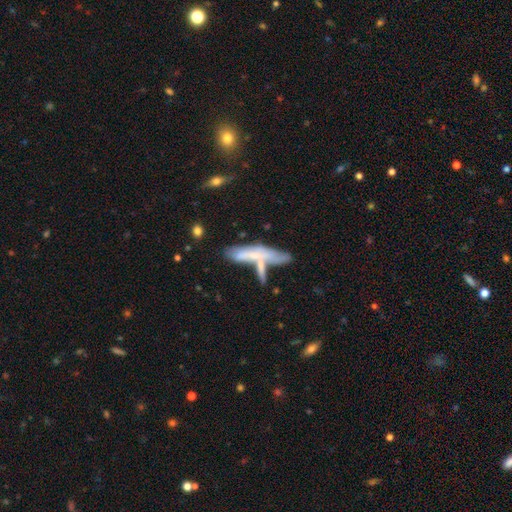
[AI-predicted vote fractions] Q: Smooth or featured?
A: smooth (49%); runner-up: featured or disk (42%)
Q: Merging?
A: none (39%); runner-up: merger (37%)